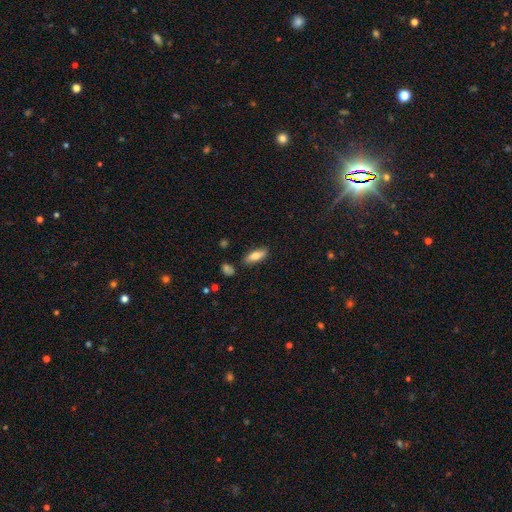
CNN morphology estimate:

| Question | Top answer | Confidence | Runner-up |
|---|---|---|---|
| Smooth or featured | smooth | 75% | featured or disk (19%) |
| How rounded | in between | 69% | cigar-shaped (28%) |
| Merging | none | 83% | minor disturbance (12%) |